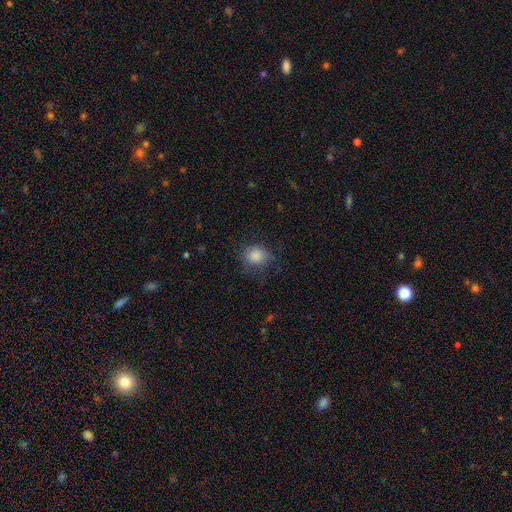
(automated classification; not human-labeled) A smooth galaxy with no disk features (84%) that is round (76%). Merging: none (69%).